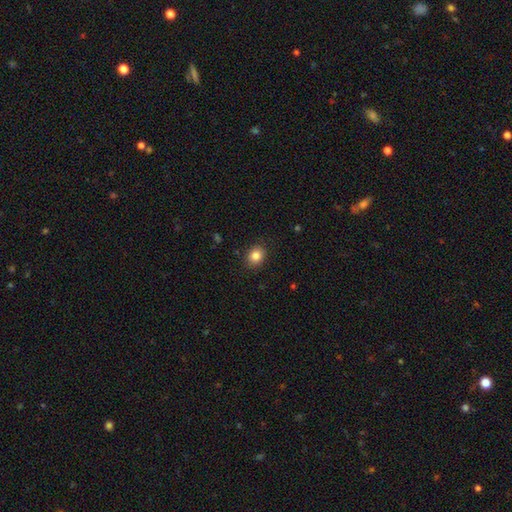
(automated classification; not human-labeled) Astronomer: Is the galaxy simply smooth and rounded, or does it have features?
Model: smooth — 85%.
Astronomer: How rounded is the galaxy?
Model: round — 59% (runner-up: in between, 40%).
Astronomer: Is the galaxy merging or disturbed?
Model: none — 88%.